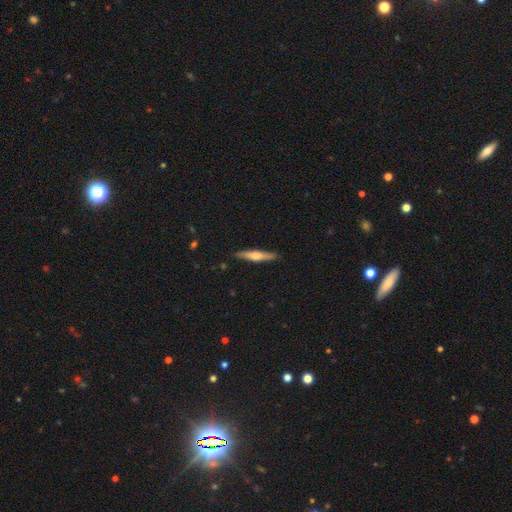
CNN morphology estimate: Smooth or featured? Predicted: featured or disk (p=0.48). Merging? Predicted: none (p=0.89).